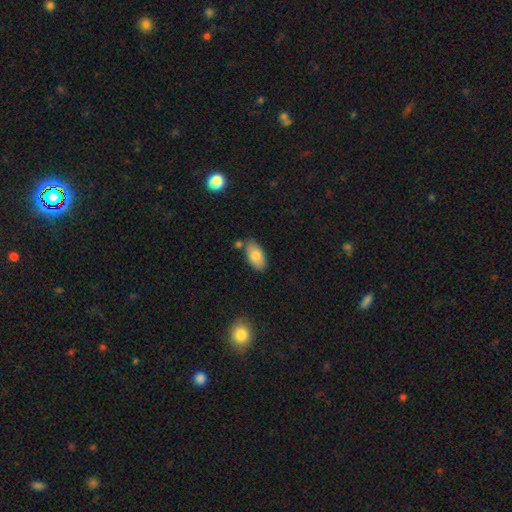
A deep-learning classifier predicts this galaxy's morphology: This is clearly a smooth galaxy (81%). How rounded: clearly in between (94%). Merging: likely none (71%).